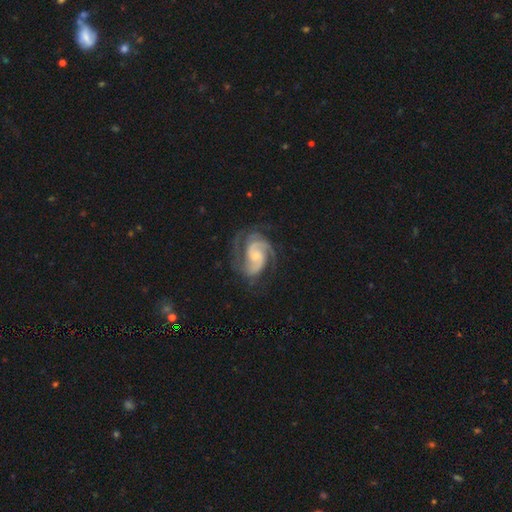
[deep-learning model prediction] Q: Smooth or featured?
A: featured or disk (91%); runner-up: smooth (5%)
Q: Edge-on disk?
A: no (98%); runner-up: yes (2%)
Q: Bar?
A: no (60%); runner-up: weak (31%)
Q: Spiral arms?
A: yes (98%); runner-up: no (2%)
Q: Spiral winding?
A: medium (48%); runner-up: tight (43%)
Q: Spiral arm count?
A: 2 (54%); runner-up: 3 (26%)
Q: Bulge size?
A: small (68%); runner-up: moderate (25%)
Q: Merging?
A: none (69%); runner-up: minor disturbance (18%)